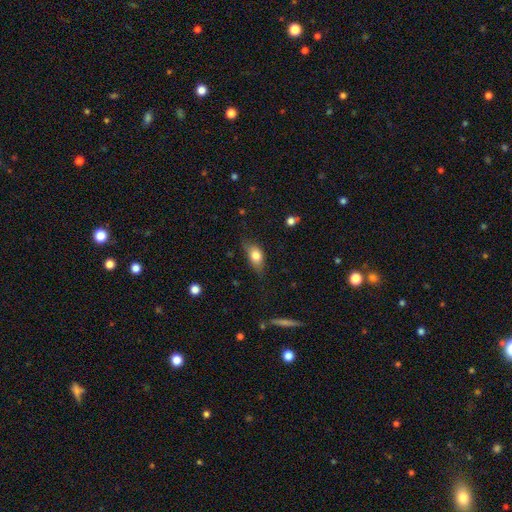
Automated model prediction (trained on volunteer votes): Smooth or featured? Predicted: smooth (p=0.77). How rounded? Predicted: in between (p=0.82). Merging? Predicted: none (p=0.63).